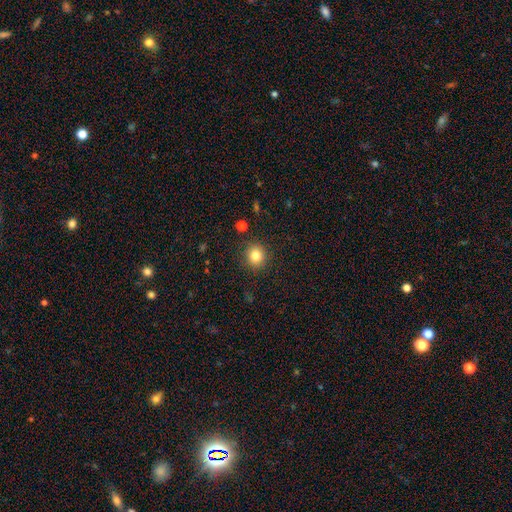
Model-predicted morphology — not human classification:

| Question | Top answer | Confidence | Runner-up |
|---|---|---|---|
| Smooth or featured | smooth | 82% | star or artifact (12%) |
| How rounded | round | 87% | in between (12%) |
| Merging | none | 90% | minor disturbance (7%) |